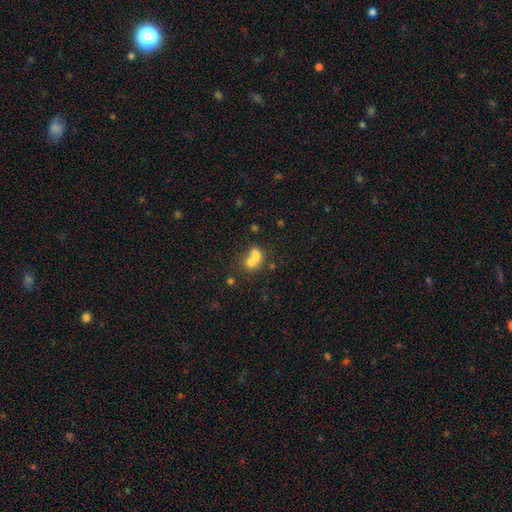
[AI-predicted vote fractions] smooth-or-featured: smooth: 69% | featured or disk: 19% | star or artifact: 12%
  how-rounded: round: 55% | in between: 44% | cigar-shaped: 1%
  merging: merger: 69% | none: 22% | minor disturbance: 6% | major disturbance: 3%